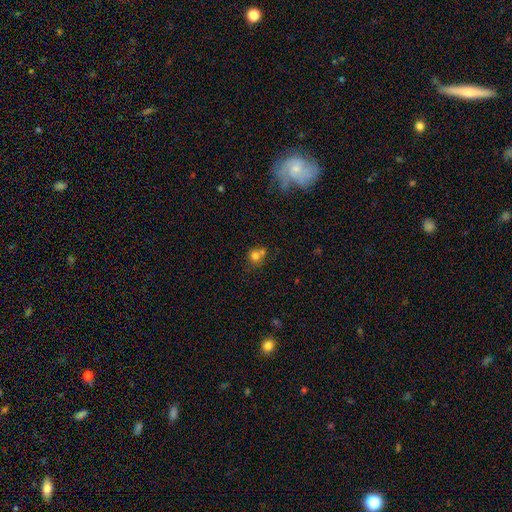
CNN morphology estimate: Smooth or featured? Predicted: smooth (p=0.75). How rounded? Predicted: round (p=0.79). Merging? Predicted: none (p=0.45).